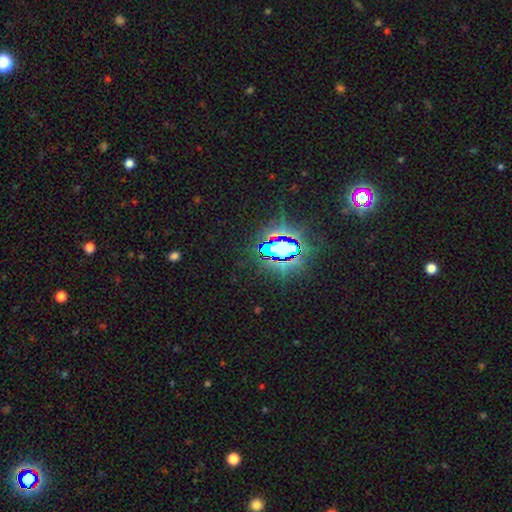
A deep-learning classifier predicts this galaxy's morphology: This appears to be a star or artifact, not a galaxy (83%).